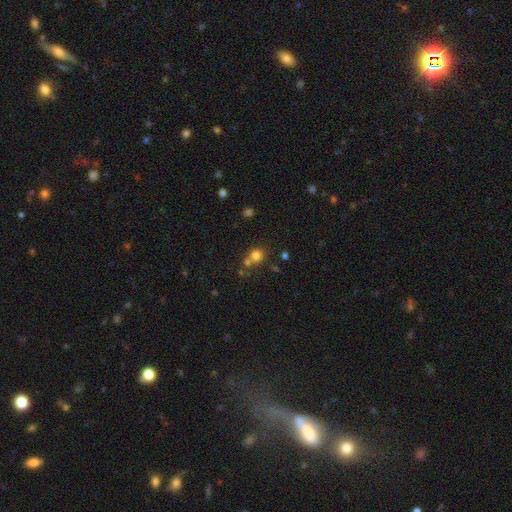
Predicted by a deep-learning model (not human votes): Overall: smooth (77%). How rounded: round (85%). Merging: none (55%; merger 32%).